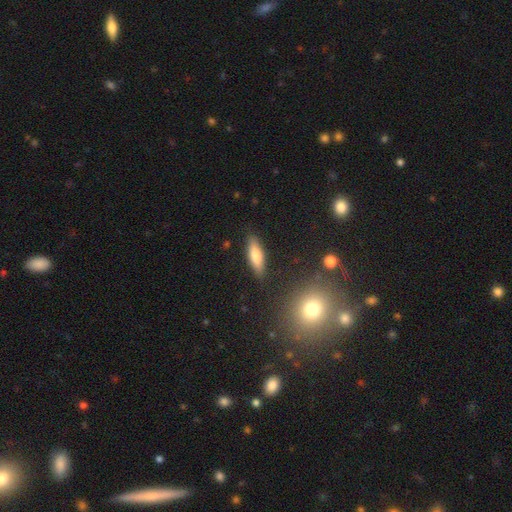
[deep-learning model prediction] This appears to be a smooth galaxy with no disk features (74%) that is cigar-shaped (51%). Merging: none (86%).